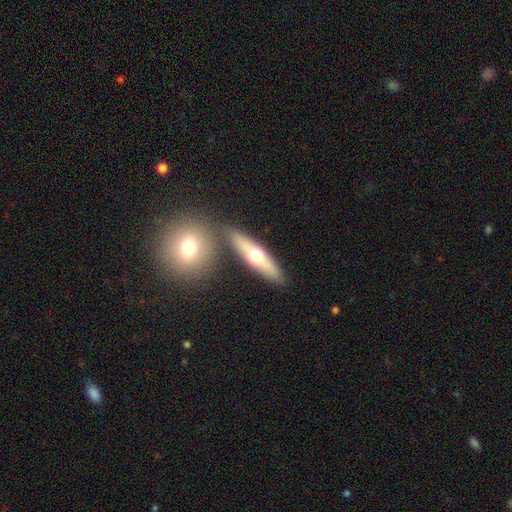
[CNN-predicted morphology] This appears to be a smooth galaxy with no disk features (47%, tied with featured or disk). Merging: none (74%).